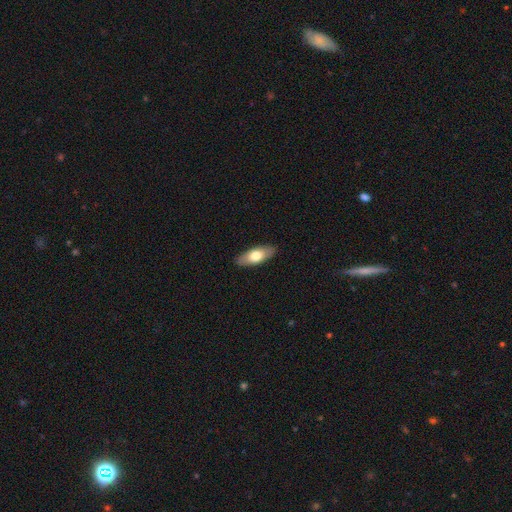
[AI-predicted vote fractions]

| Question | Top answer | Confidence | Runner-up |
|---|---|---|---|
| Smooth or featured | smooth | 67% | featured or disk (28%) |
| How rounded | in between | 81% | cigar-shaped (17%) |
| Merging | none | 88% | minor disturbance (9%) |